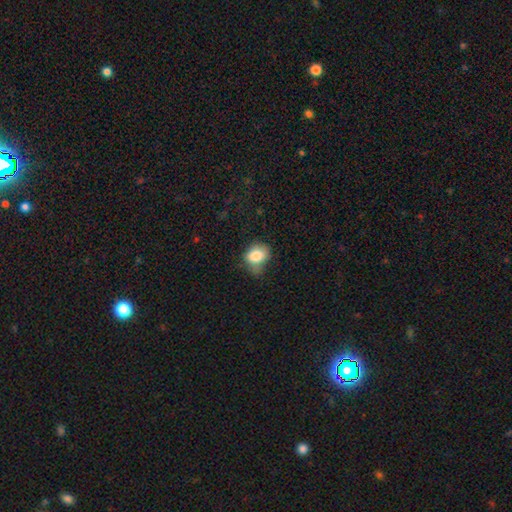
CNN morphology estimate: type=smooth (83%); roundness=in between (54%); merging=none (41%).